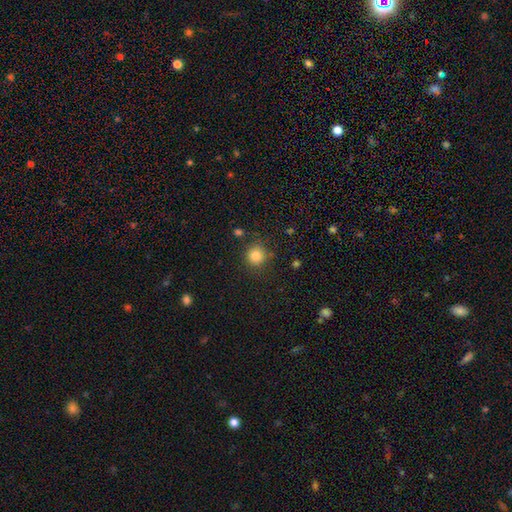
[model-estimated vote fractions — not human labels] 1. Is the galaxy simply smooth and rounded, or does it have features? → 83% smooth, 12% star or artifact, 5% featured or disk.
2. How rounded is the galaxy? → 91% round, 8% in between, 1% cigar-shaped.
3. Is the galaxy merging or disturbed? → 84% none, 10% minor disturbance, 3% major disturbance, 3% merger.